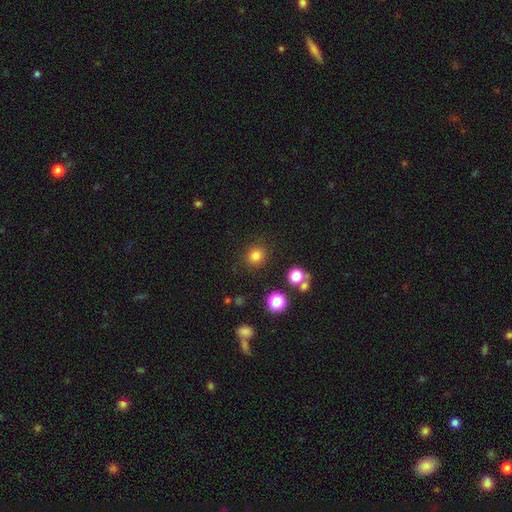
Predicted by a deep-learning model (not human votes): Smooth or featured? Predicted: smooth (p=0.80). How rounded? Predicted: round (p=0.88). Merging? Predicted: none (p=0.87).